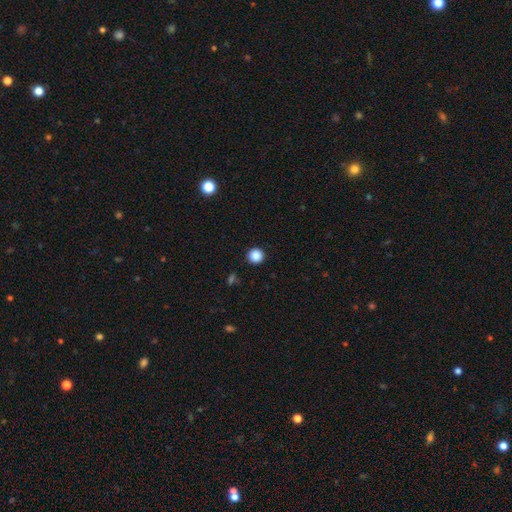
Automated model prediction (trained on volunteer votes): Smooth or featured? Predicted: smooth (p=0.87). How rounded? Predicted: round (p=0.96). Merging? Predicted: none (p=0.93).